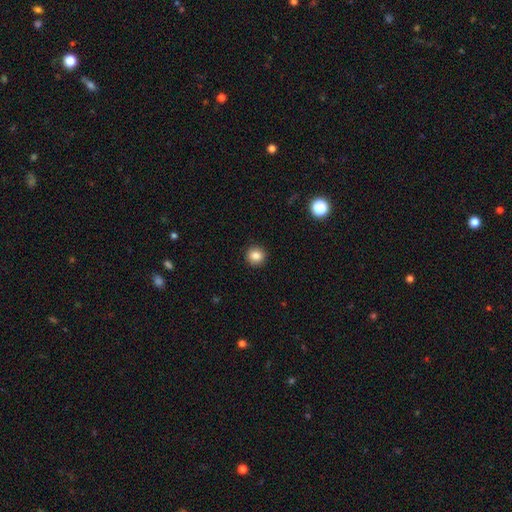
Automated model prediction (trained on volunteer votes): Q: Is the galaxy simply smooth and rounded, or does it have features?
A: smooth — 85%.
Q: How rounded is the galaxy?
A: round — 93%.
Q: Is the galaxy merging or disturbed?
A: none — 93%.